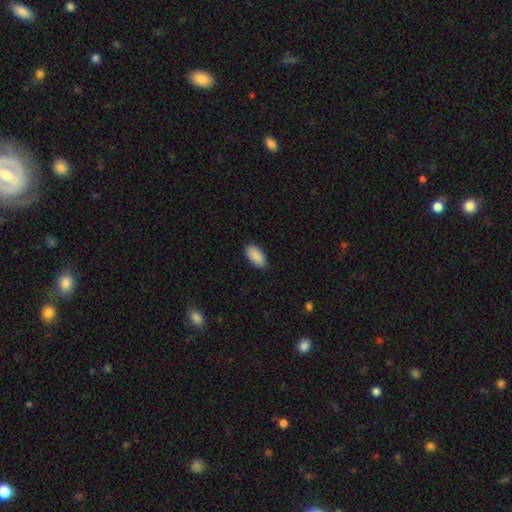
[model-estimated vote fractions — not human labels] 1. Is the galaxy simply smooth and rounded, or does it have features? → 90% smooth, 6% star or artifact, 3% featured or disk.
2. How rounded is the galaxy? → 94% in between, 4% cigar-shaped, 2% round.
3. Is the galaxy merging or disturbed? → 86% none, 11% minor disturbance, 2% major disturbance, 1% merger.